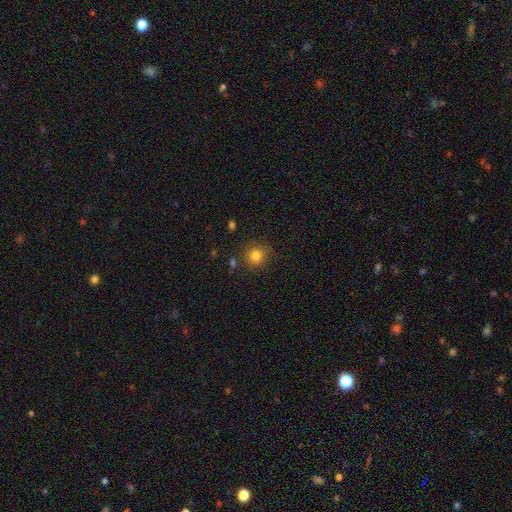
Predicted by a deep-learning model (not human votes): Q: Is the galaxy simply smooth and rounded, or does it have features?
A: smooth — 82%.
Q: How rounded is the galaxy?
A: round — 92%.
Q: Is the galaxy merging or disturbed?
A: none — 84%.